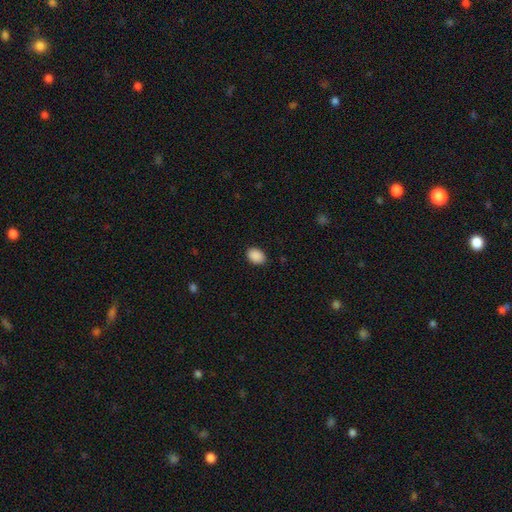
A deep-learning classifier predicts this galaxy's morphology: This is clearly a smooth galaxy (90%). How rounded: clearly in between (80%). Merging: clearly none (88%).